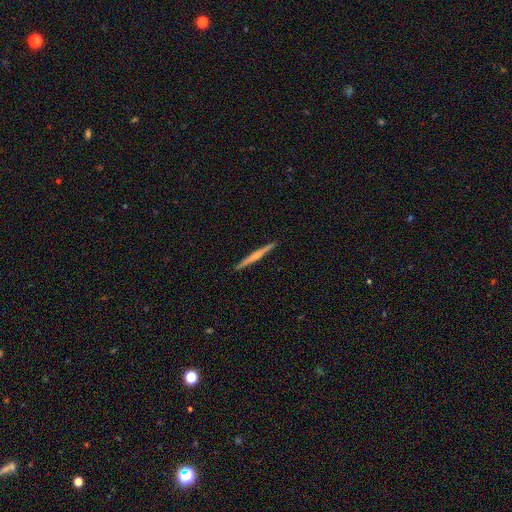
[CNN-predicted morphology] A featured or disk galaxy (60%) viewed edge-on (98%) with a rounded central bulge (56%).

Vote fractions:
- Smooth or featured? featured or disk: 60% / smooth: 35% / star or artifact: 5%
- Edge-on disk? yes: 98% / no: 2%
- Edge-on bulge? rounded: 56% / none: 35% / boxy: 9%
- Merging? none: 93% / minor disturbance: 5% / major disturbance: 1% / merger: 1%